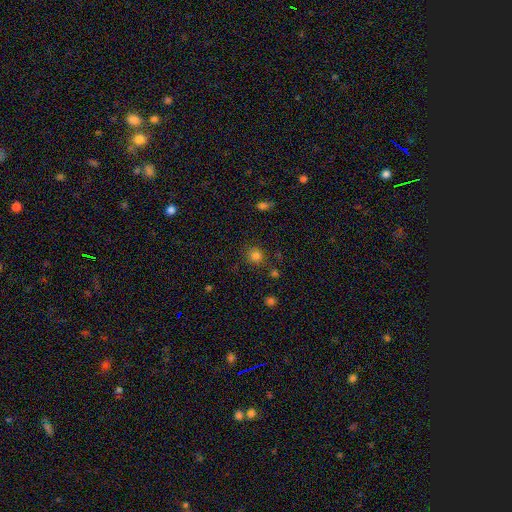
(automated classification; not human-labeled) This is likely a smooth galaxy (79%). How rounded: clearly round (87%). Merging: clearly none (83%).